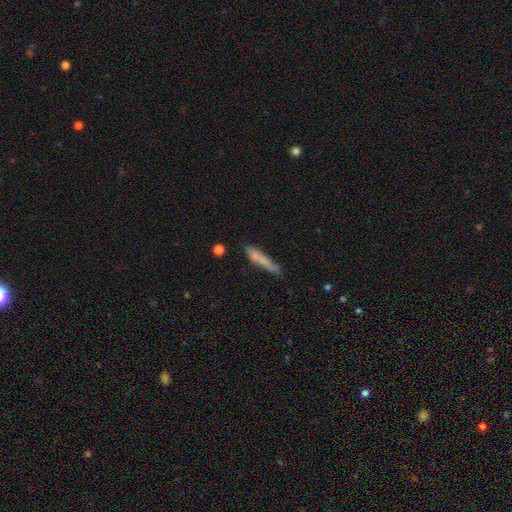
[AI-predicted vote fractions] This is likely a smooth galaxy (65%). How rounded: clearly cigar-shaped (91%). Merging: likely none (66%).